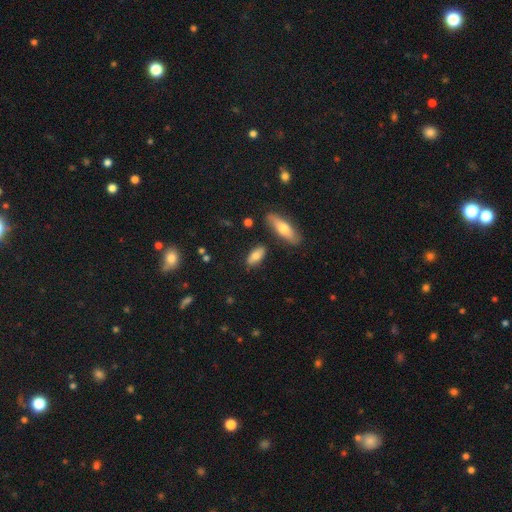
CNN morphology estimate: Smooth or featured? Predicted: smooth (p=0.73). How rounded? Predicted: in between (p=0.82). Merging? Predicted: none (p=0.80).